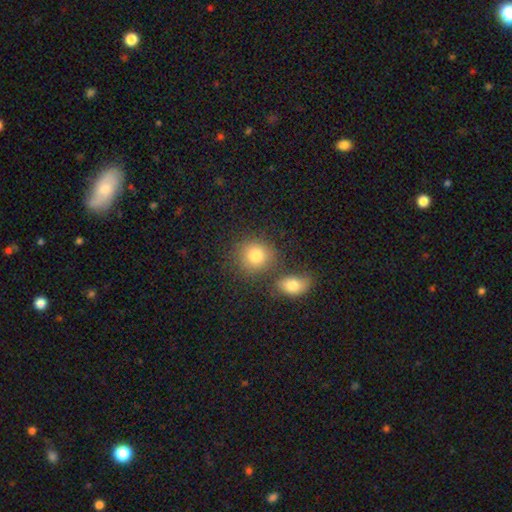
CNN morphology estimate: A smooth galaxy with no disk features (81%) that is round (80%). Merging: none (67%).